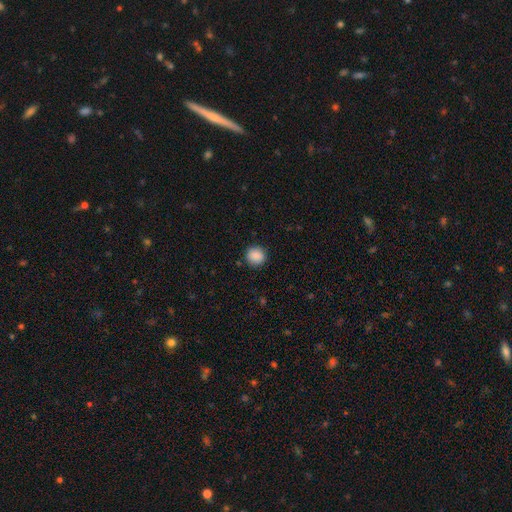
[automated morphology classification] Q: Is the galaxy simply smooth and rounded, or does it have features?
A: smooth — 89%.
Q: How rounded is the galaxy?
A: round — 89%.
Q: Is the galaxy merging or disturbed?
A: none — 89%.